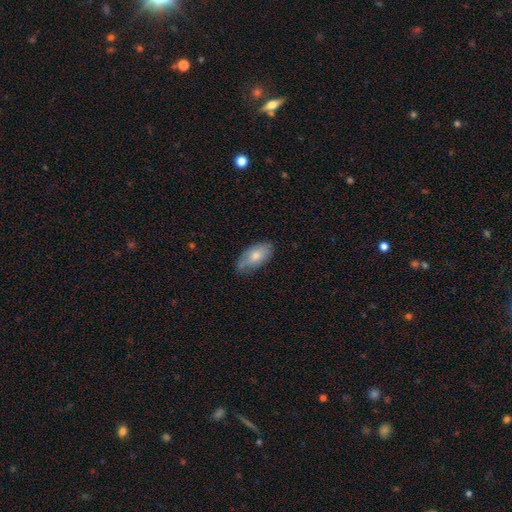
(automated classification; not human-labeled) Smooth or featured: smooth — 73% (featured or disk — 21%)
How rounded: in between — 93% (cigar-shaped — 4%)
Merging: none — 66% (minor disturbance — 28%)